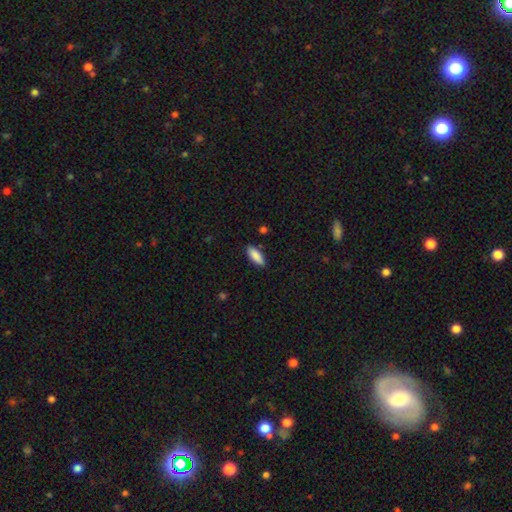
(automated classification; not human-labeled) This is clearly a smooth galaxy (88%). How rounded: likely in between (73%). Merging: clearly none (85%).